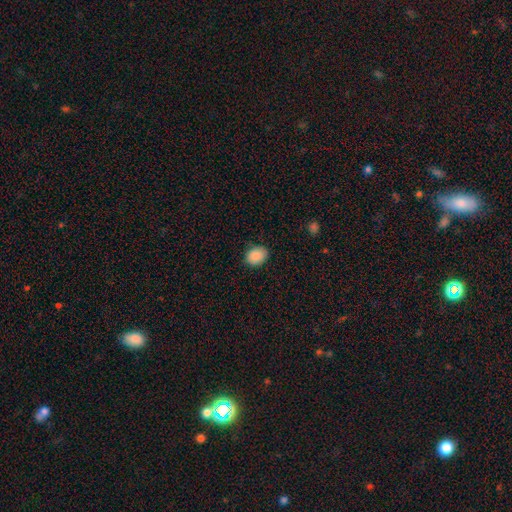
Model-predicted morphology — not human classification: This is clearly a smooth galaxy (89%). How rounded: possibly in between (54%). Merging: clearly none (85%).